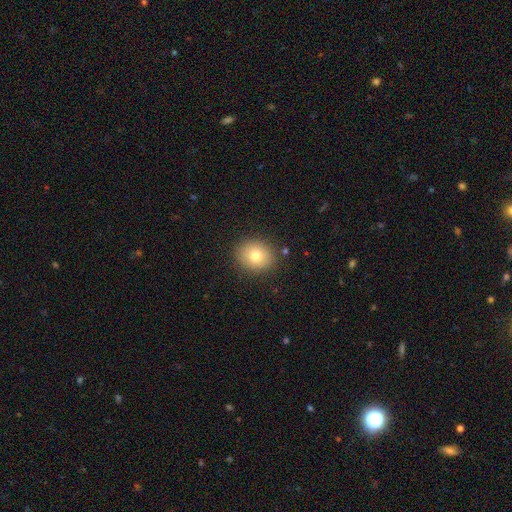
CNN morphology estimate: The model was most divided on "how rounded": round: 70%, in between: 29%, cigar-shaped: 1%. More confident: merging — none (87%); smooth or featured — smooth (77%).